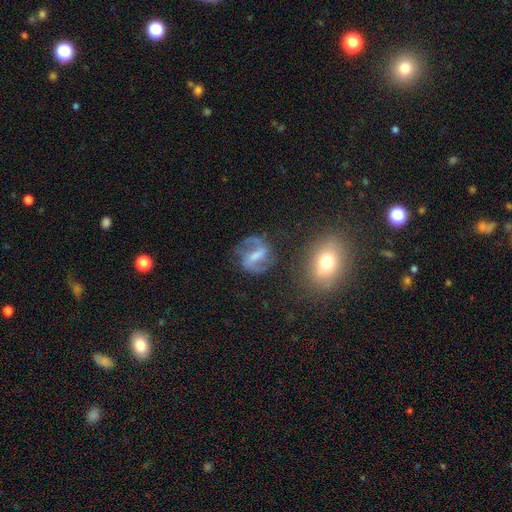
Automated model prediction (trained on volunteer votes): The model was most divided on "bulge size": small: 35%, moderate: 33%, none: 25%, large: 6%, dominant: 2%. Remaining: edge-on disk — no (97%); spiral arms — yes (92%); spiral arm count — 2 (90%); smooth or featured — featured or disk (82%); merging — none (71%); bar — strong (52%); spiral winding — medium (49%).